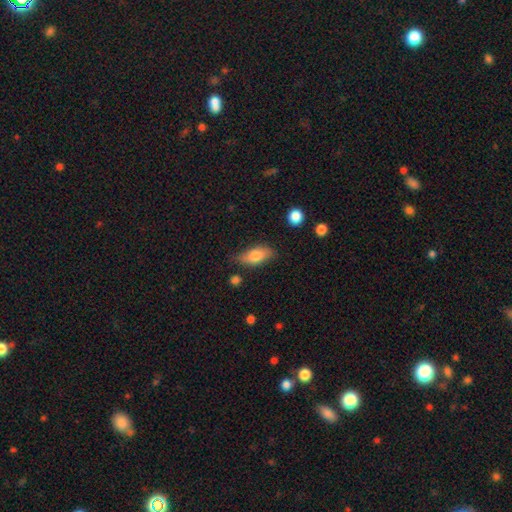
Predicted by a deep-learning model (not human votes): smooth_or_featured: smooth (p=0.75) [alt: featured or disk p=0.18]
how_rounded: in between (p=0.84) [alt: cigar-shaped p=0.12]
merging: none (p=0.72) [alt: minor disturbance p=0.21]